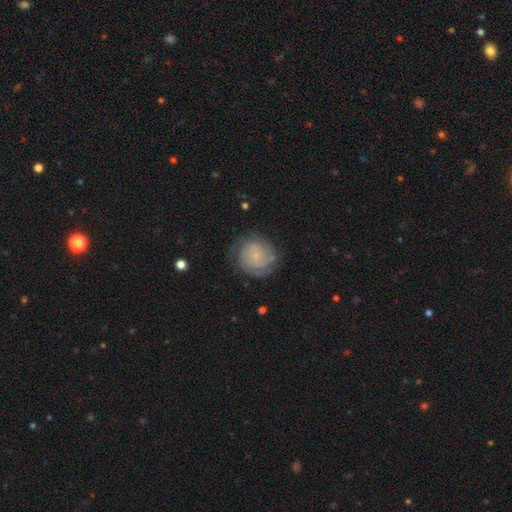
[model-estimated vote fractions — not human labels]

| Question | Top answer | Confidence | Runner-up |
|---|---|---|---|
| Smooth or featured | featured or disk | 56% | smooth (35%) |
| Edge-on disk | no | 97% | yes (3%) |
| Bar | no | 82% | weak (16%) |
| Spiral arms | yes | 85% | no (15%) |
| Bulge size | small | 81% | none (9%) |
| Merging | none | 72% | minor disturbance (18%) |